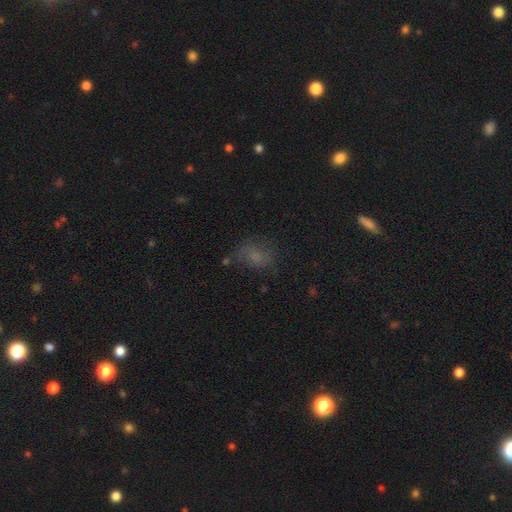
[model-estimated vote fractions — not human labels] Q: Smooth or featured?
A: smooth (63%); runner-up: star or artifact (21%)
Q: How rounded?
A: in between (67%); runner-up: round (31%)
Q: Merging?
A: none (57%); runner-up: minor disturbance (23%)